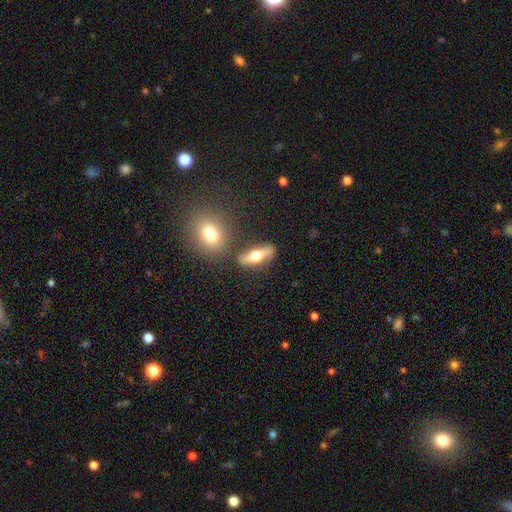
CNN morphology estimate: This appears to be a featured or disk galaxy (53%) viewed edge-on (81%). Merging: none (79%).